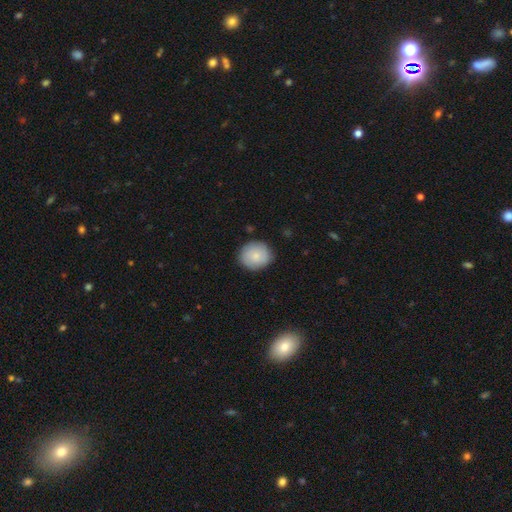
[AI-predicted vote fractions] The model was most divided on "how rounded": round: 85%, in between: 14%, cigar-shaped: 1%. More confident: merging — none (85%); smooth or featured — smooth (83%).